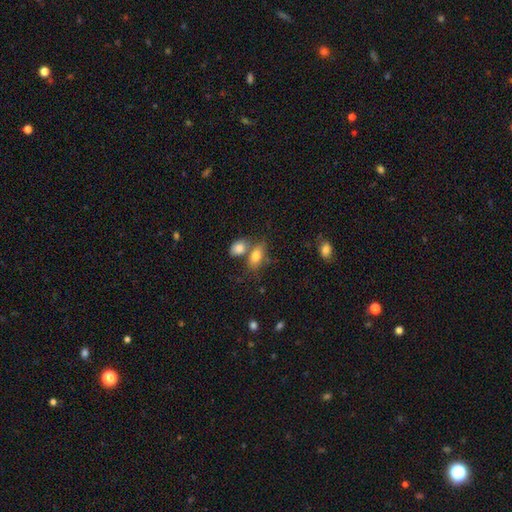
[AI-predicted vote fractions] The model was most divided on "merging": none: 46%, merger: 38%, minor disturbance: 12%, major disturbance: 4%. More confident: how rounded — in between (86%); smooth or featured — smooth (79%).